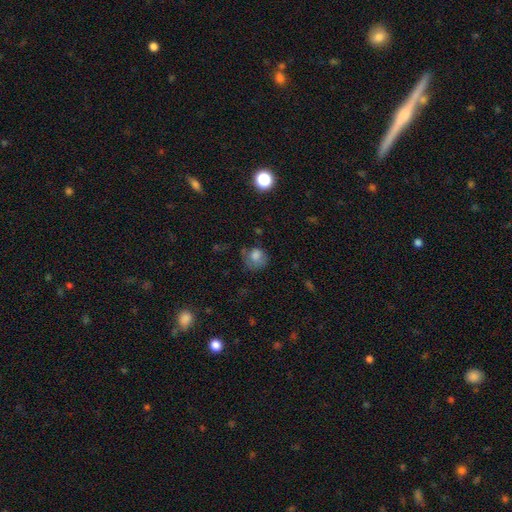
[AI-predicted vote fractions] The model was most divided on "merging": none: 45%, minor disturbance: 28%, major disturbance: 24%, merger: 3%. More confident: how rounded — round (76%); smooth or featured — smooth (72%).